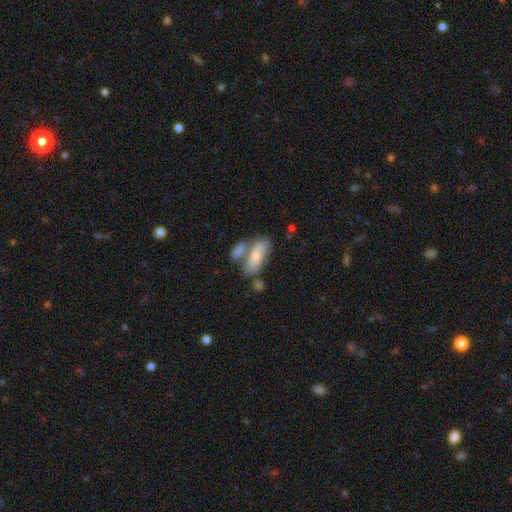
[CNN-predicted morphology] A smooth galaxy with no disk features (63%) that is in between round and cigar-shaped (82%). Merging: merger (43%).